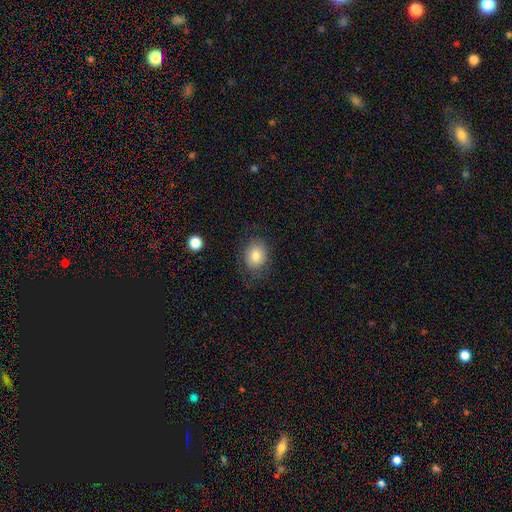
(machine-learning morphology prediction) Q: Smooth or featured?
A: smooth (78%); runner-up: featured or disk (13%)
Q: How rounded?
A: in between (57%); runner-up: round (42%)
Q: Merging?
A: none (74%); runner-up: minor disturbance (17%)